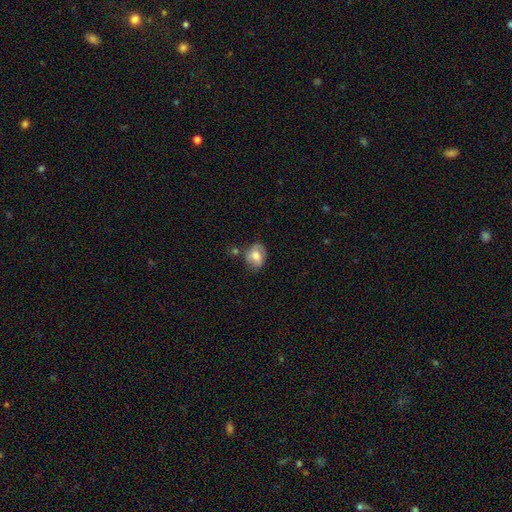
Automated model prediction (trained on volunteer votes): Smooth or featured?
  - smooth: 66% *
  - featured or disk: 26%
  - star or artifact: 8%
How rounded?
  - in between: 61% *
  - round: 38%
  - cigar-shaped: 1%
Merging?
  - none: 56% *
  - minor disturbance: 26%
  - merger: 9%
  - major disturbance: 9%